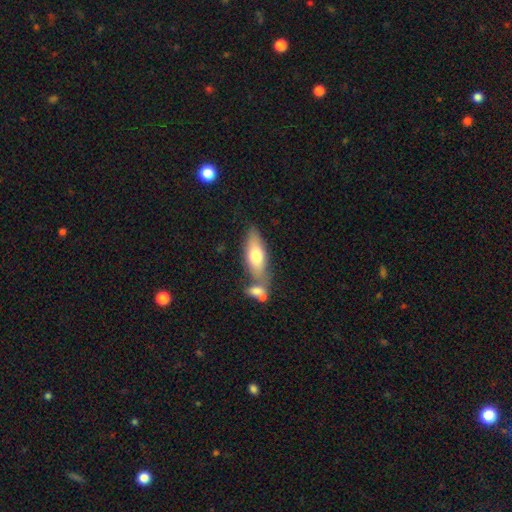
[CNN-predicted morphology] A smooth galaxy with no disk features (65%) that is in between round and cigar-shaped (66%).

Vote fractions:
- Smooth or featured? smooth: 65% / featured or disk: 29% / star or artifact: 6%
- How rounded? in between: 66% / cigar-shaped: 32% / round: 3%
- Merging? none: 55% / merger: 26% / minor disturbance: 14% / major disturbance: 4%